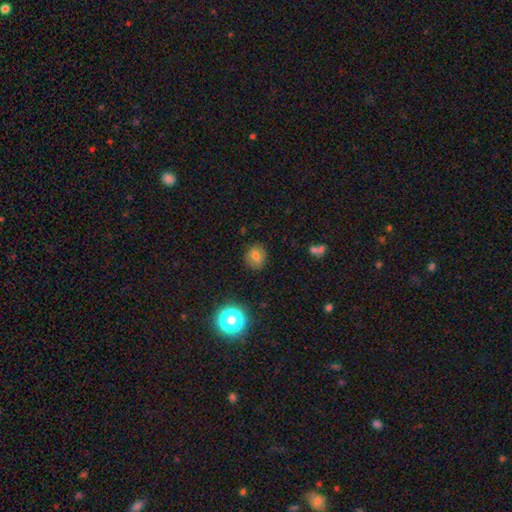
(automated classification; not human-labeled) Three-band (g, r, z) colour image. It shows a smooth galaxy with no disk features (72%) that is round (77%). Merging: none (85%).